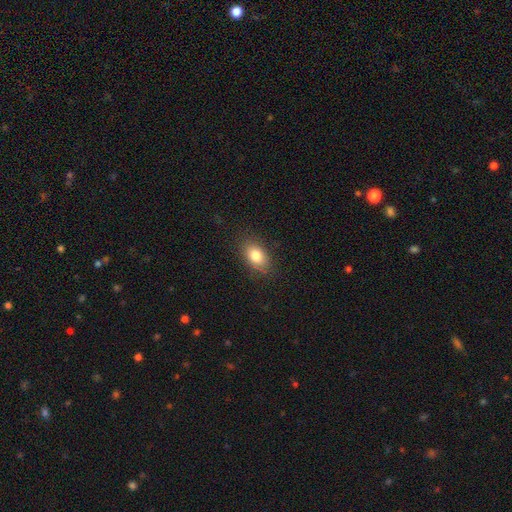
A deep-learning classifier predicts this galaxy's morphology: smooth_or_featured: smooth (p=0.82) [alt: featured or disk p=0.09]
how_rounded: in between (p=0.85) [alt: round p=0.13]
merging: none (p=0.85) [alt: minor disturbance p=0.11]